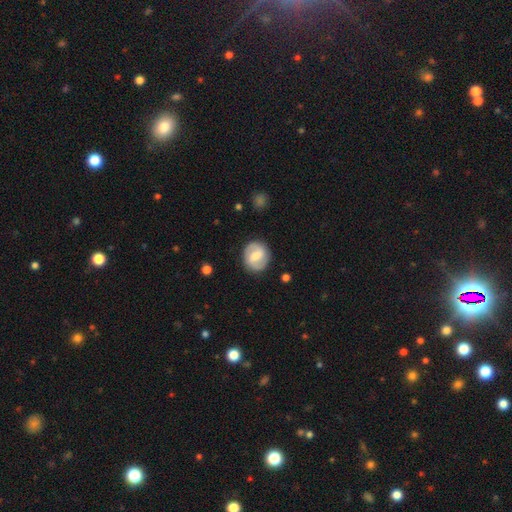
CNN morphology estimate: Smooth or featured? featured or disk (63%)
Edge-on disk? no (97%)
Bar? weak (52%)
Spiral arms? yes (84%)
Spiral winding? medium (46%)
Spiral arm count? 2 (88%)
Bulge size? moderate (56%)
Merging? none (85%)